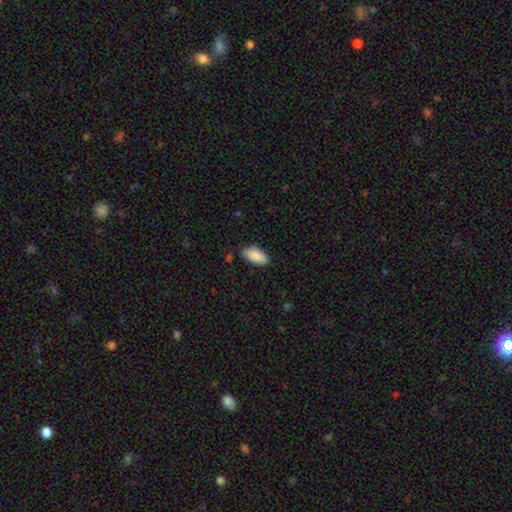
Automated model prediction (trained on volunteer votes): This appears to be a smooth galaxy with no disk features (88%) that is in between round and cigar-shaped (92%). Merging: none (80%).